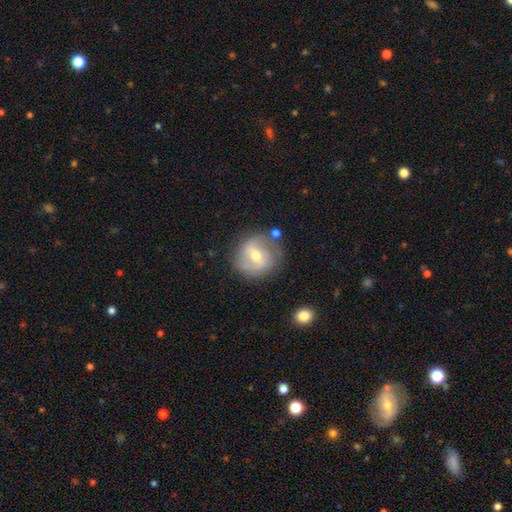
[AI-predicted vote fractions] This is likely a featured or disk galaxy (62%). It is clearly not viewed edge-on (96%). Bar: possibly weak (51%). Spiral arm pattern: likely yes (74%). Central bulge: likely moderate (67%). Merging: likely none (72%).